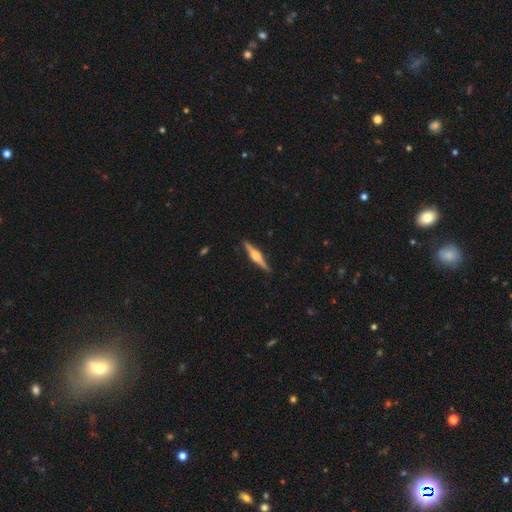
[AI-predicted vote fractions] smooth-or-featured: featured or disk: 77% | smooth: 18% | star or artifact: 5%
  disk-edge-on: yes: 98% | no: 2%
    edge-on-bulge: rounded: 87% | boxy: 10% | none: 3%
  merging: none: 91% | minor disturbance: 7% | major disturbance: 1% | merger: 1%